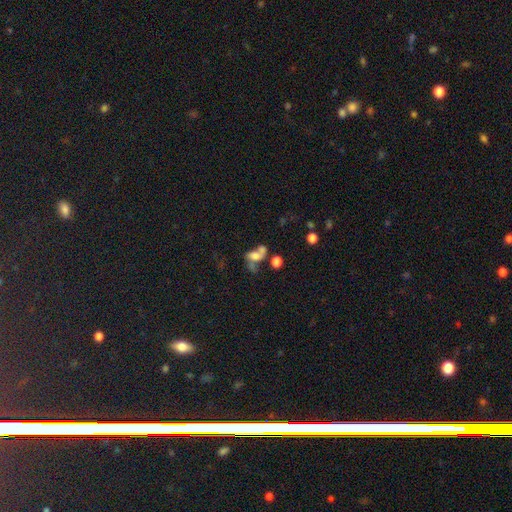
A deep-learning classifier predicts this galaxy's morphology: The model was most divided on "smooth or featured": smooth: 48%, featured or disk: 37%, star or artifact: 16%. Remaining: merging — merger (46%).